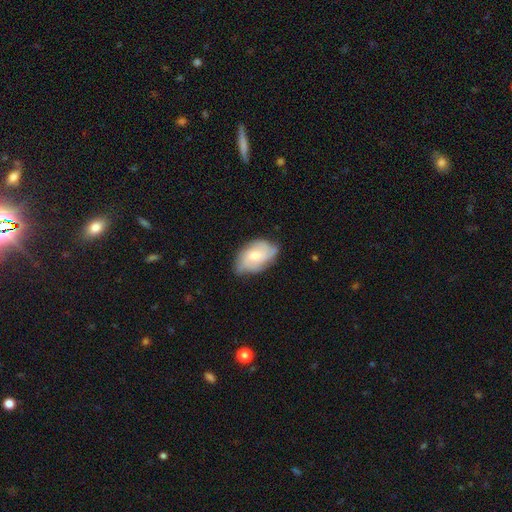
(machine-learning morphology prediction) Q: Smooth or featured?
A: featured or disk (50%); runner-up: smooth (44%)
Q: Merging?
A: none (61%); runner-up: minor disturbance (30%)